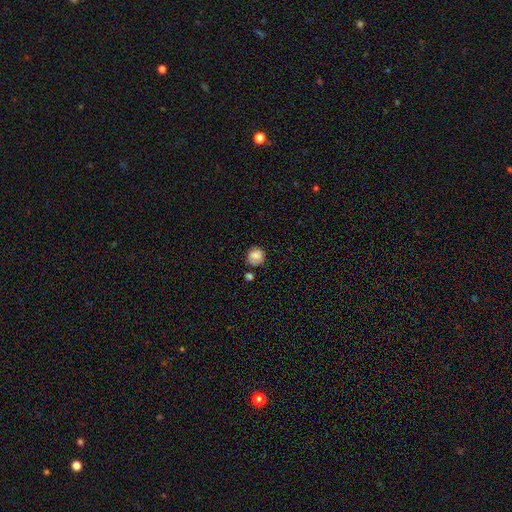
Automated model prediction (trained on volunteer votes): Overall: smooth (76%). How rounded: round (82%). Merging: none (67%).